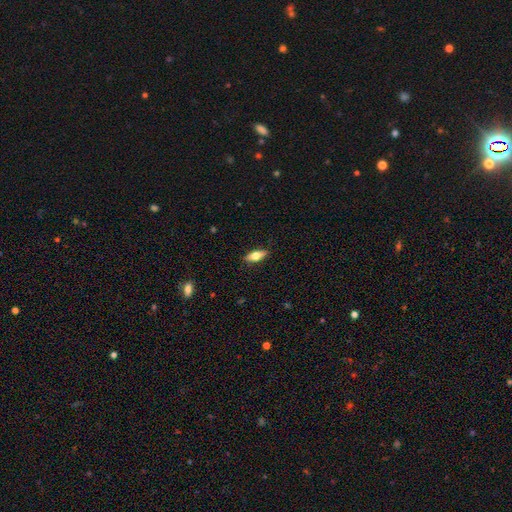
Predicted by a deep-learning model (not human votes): Smooth or featured? Predicted: smooth (p=0.63). How rounded? Predicted: in between (p=0.70). Merging? Predicted: none (p=0.88).